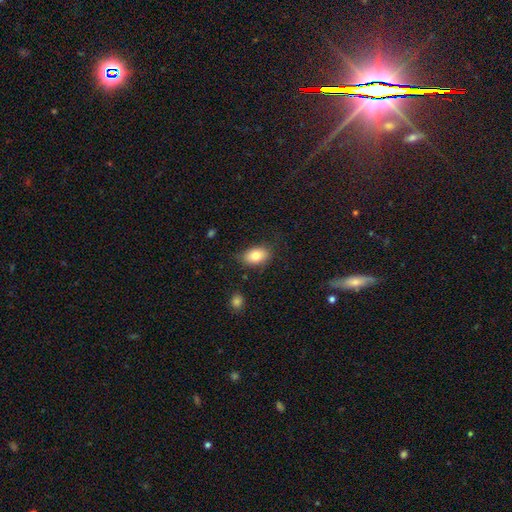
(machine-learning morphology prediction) The model was most divided on "merging": none: 78%, minor disturbance: 16%, major disturbance: 4%, merger: 2%. More confident: how rounded — in between (84%); smooth or featured — smooth (80%).